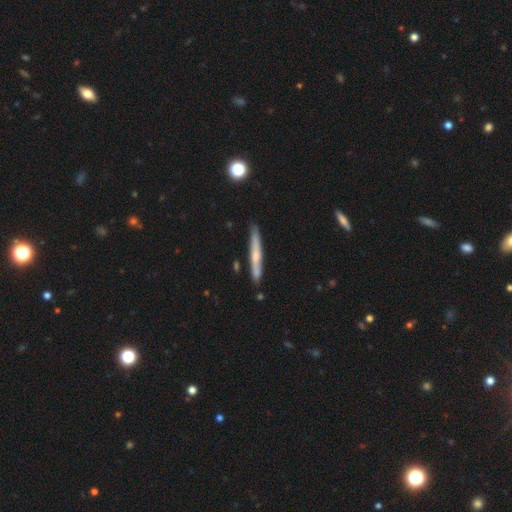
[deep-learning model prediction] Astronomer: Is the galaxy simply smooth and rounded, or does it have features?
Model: featured or disk — 51% (runner-up: smooth, 43%).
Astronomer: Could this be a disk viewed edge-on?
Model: yes — 94%.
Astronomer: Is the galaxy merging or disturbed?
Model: none — 82%.